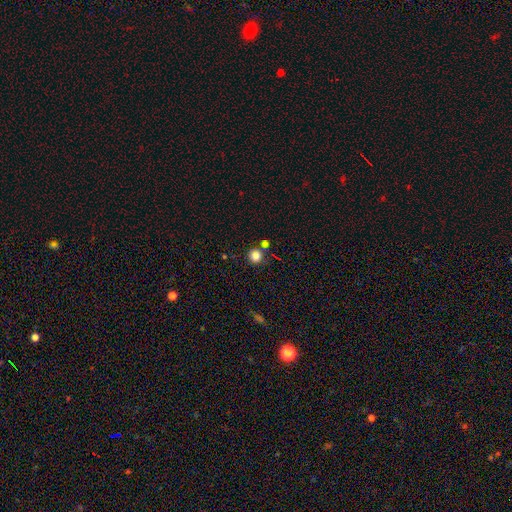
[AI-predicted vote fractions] smooth_or_featured: smooth (p=0.84) [alt: star or artifact p=0.11]
how_rounded: round (p=0.93) [alt: in between p=0.06]
merging: none (p=0.78) [alt: merger p=0.10]